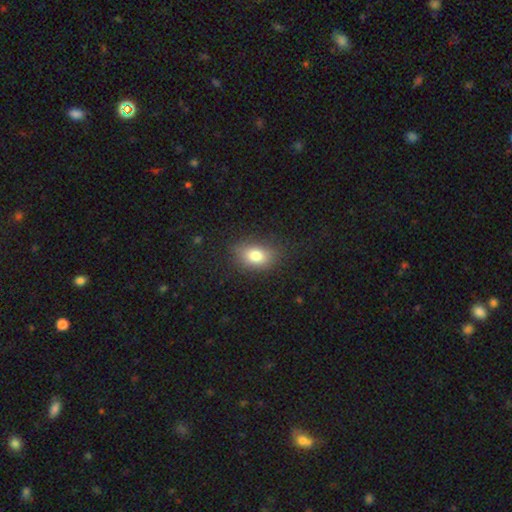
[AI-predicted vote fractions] The model was most divided on "how rounded": in between: 79%, round: 19%, cigar-shaped: 2%. More confident: smooth or featured — smooth (80%); merging — none (80%).